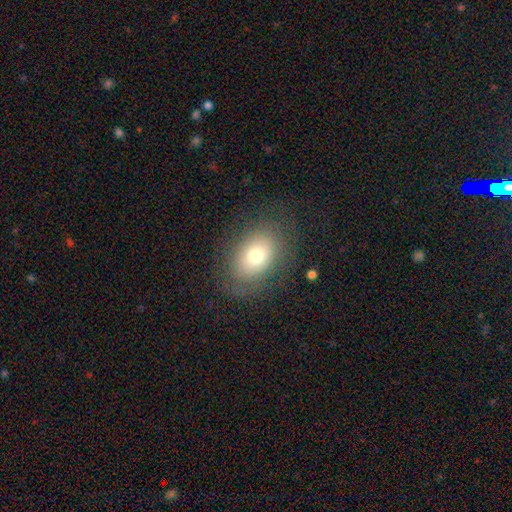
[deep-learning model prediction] Smooth or featured?
  - smooth: 72% *
  - featured or disk: 17%
  - star or artifact: 11%
How rounded?
  - in between: 74% *
  - round: 25%
  - cigar-shaped: 1%
Merging?
  - none: 78% *
  - minor disturbance: 14%
  - major disturbance: 7%
  - merger: 1%